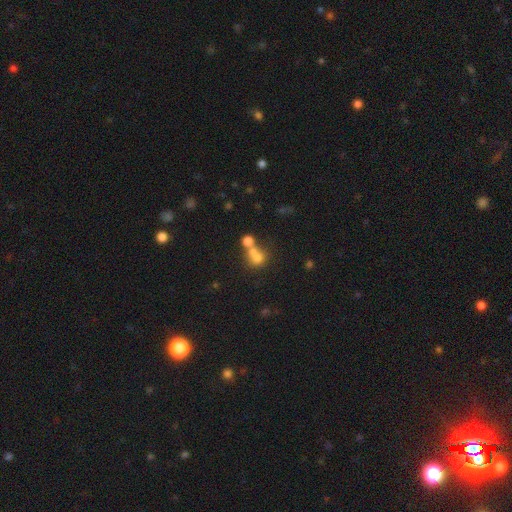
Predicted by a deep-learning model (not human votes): Smooth or featured? Predicted: smooth (p=0.67). How rounded? Predicted: round (p=0.78). Merging? Predicted: merger (p=0.54).